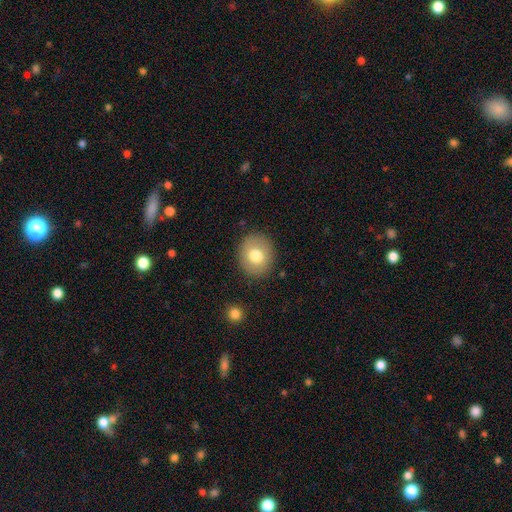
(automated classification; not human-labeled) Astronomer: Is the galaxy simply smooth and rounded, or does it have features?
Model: smooth — 75%.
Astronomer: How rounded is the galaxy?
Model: round — 74%.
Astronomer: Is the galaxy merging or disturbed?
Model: none — 87%.